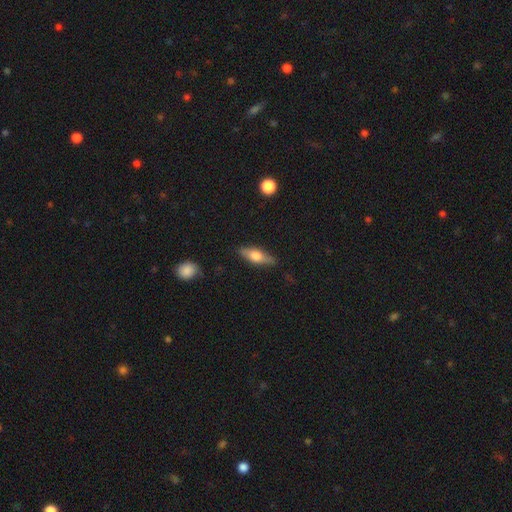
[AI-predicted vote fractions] Overall: smooth (50%; featured or disk 43%). How rounded: in between (53%; cigar-shaped 43%). Merging: none (83%).